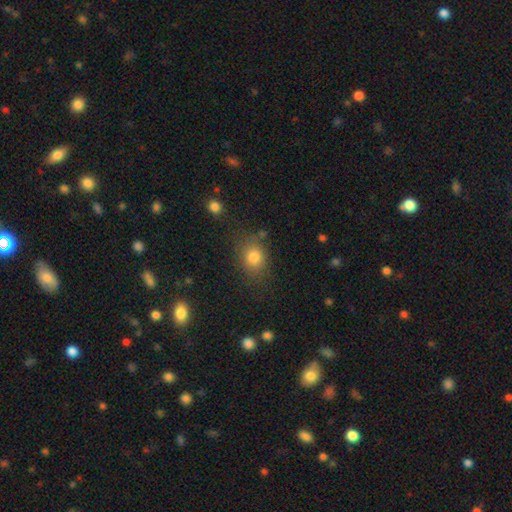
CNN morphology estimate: smooth_or_featured: smooth (p=0.78) [alt: star or artifact p=0.14]
how_rounded: round (p=0.57) [alt: in between p=0.41]
merging: none (p=0.78) [alt: minor disturbance p=0.14]